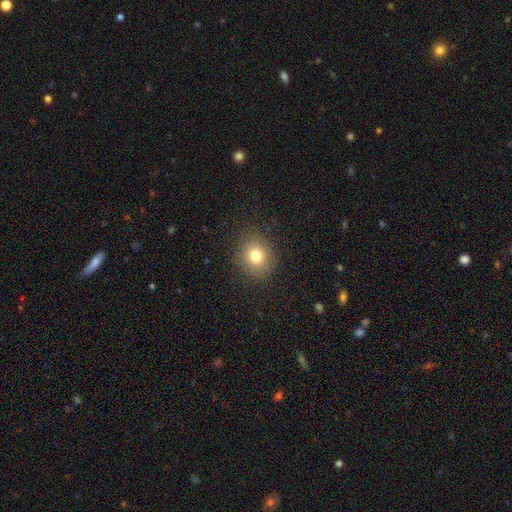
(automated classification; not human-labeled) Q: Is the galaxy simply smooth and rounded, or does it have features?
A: smooth — 77%.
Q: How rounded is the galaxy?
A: round — 74%.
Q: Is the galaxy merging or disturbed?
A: none — 88%.